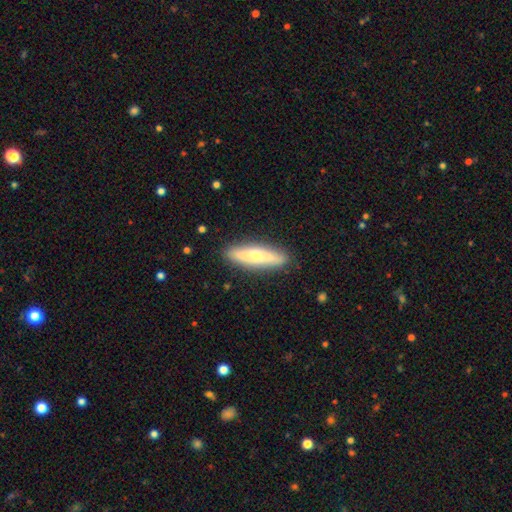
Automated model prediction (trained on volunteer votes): A smooth galaxy with no disk features (52%) that is cigar-shaped (78%).

Vote fractions:
- Smooth or featured? smooth: 52% / featured or disk: 43% / star or artifact: 6%
- How rounded? cigar-shaped: 78% / in between: 20% / round: 2%
- Merging? none: 88% / minor disturbance: 9% / major disturbance: 2% / merger: 1%